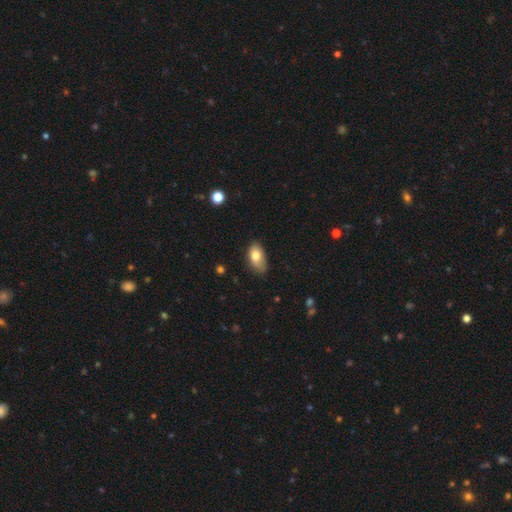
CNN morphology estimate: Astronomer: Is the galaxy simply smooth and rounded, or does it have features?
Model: smooth — 79%.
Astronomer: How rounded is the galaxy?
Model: in between — 92%.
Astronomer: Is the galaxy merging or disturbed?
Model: none — 67%.